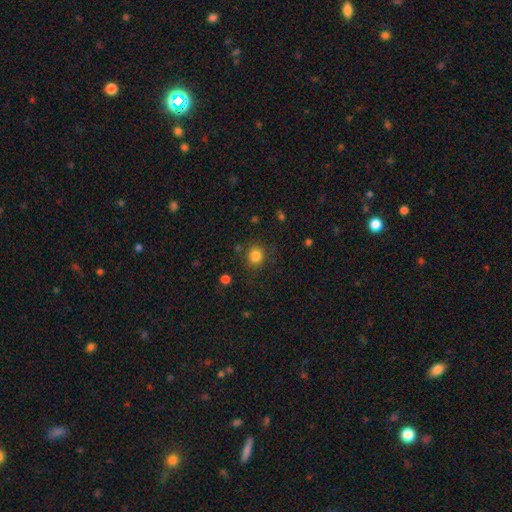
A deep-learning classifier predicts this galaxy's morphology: This is clearly a smooth galaxy (84%). How rounded: clearly round (81%). Merging: clearly none (84%).